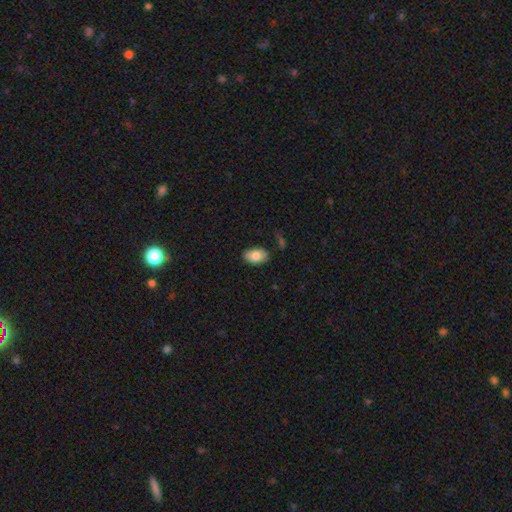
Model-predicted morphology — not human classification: smooth 81%, featured or disk 12%, star or artifact 7%. Down the decision tree: how rounded — in between (90%); merging — none (82%).